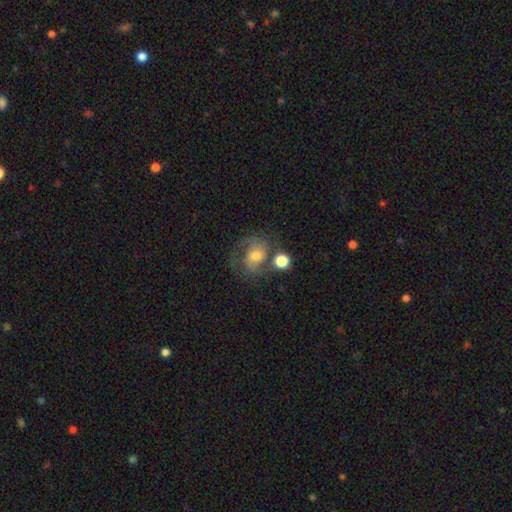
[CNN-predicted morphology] Smooth or featured? Predicted: featured or disk (p=0.54). Edge-on disk? Predicted: no (p=0.97). Bar? Predicted: no (p=0.58). Spiral arms? Predicted: yes (p=0.83). Bulge size? Predicted: moderate (p=0.57). Merging? Predicted: none (p=0.48).